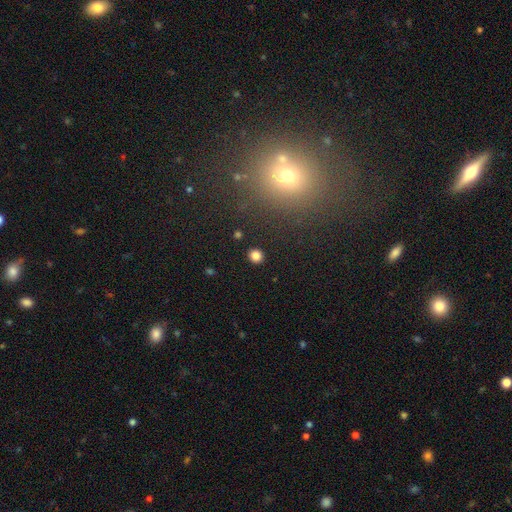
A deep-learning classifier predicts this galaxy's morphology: smooth 83%, star or artifact 13%, featured or disk 4%. Down the decision tree: how rounded — round (88%); merging — none (92%).